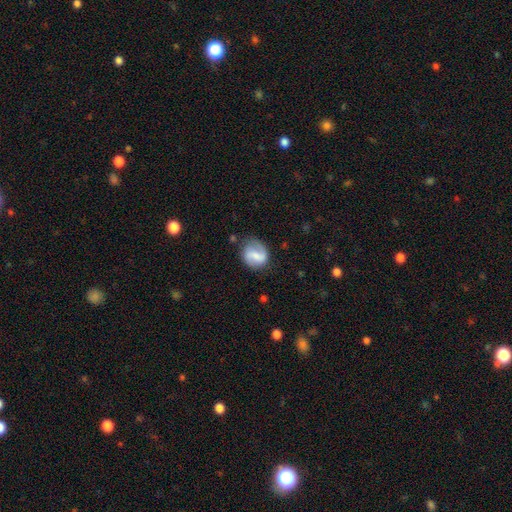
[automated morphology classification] The model was most divided on "bulge size": small: 40%, moderate: 32%, none: 20%, large: 6%, dominant: 2%. Remaining: edge-on disk — no (98%); spiral arms — yes (87%); merging — none (72%); smooth or featured — featured or disk (58%); bar — weak (46%).